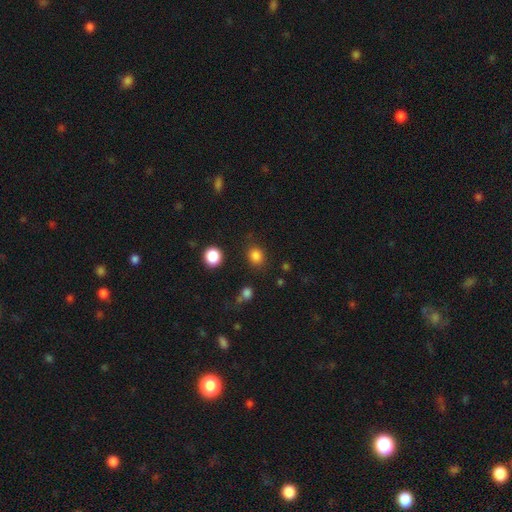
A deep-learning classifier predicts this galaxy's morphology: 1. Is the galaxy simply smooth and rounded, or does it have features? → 83% smooth, 13% star or artifact, 4% featured or disk.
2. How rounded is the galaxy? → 68% round, 31% in between, 1% cigar-shaped.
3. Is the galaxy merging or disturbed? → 83% none, 10% minor disturbance, 4% major disturbance, 3% merger.